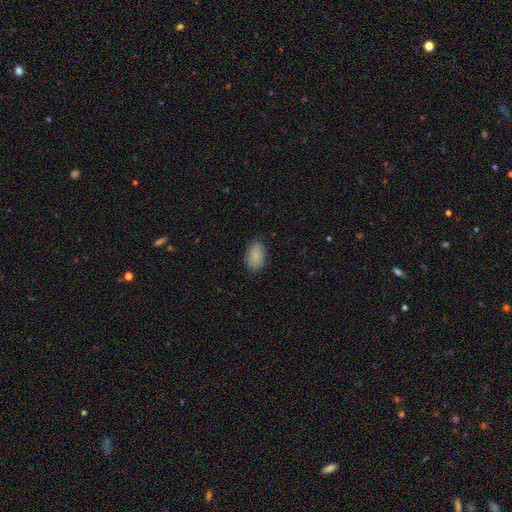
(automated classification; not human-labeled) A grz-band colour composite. It shows a smooth galaxy with no disk features (86%) that is in between round and cigar-shaped (88%). Merging: none (81%).